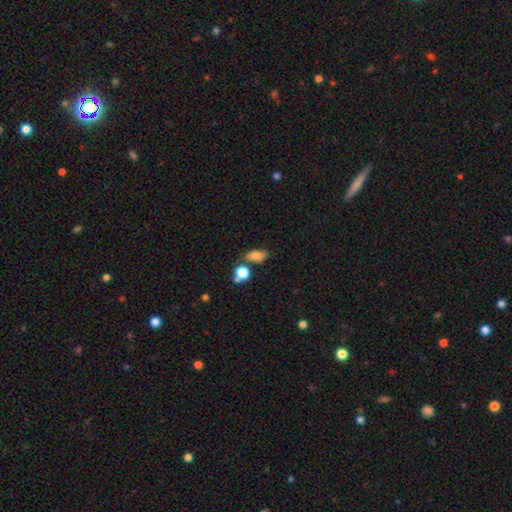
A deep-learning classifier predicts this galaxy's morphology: The model was most divided on "merging": none: 67%, minor disturbance: 15%, merger: 14%, major disturbance: 4%. More confident: how rounded — in between (80%); smooth or featured — smooth (77%).